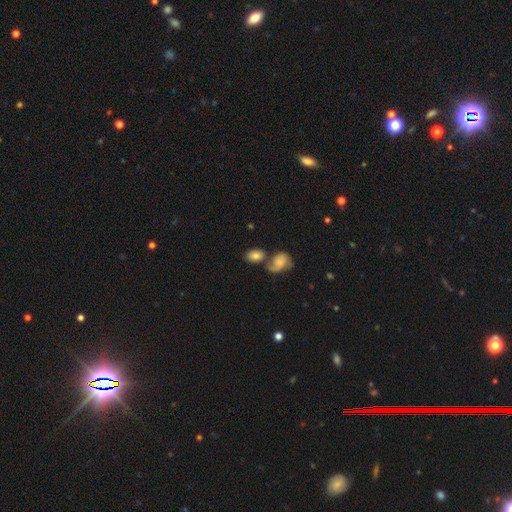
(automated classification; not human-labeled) Smooth or featured: smooth — 74% (featured or disk — 18%)
How rounded: in between — 78% (round — 21%)
Merging: none — 43% (merger — 37%)